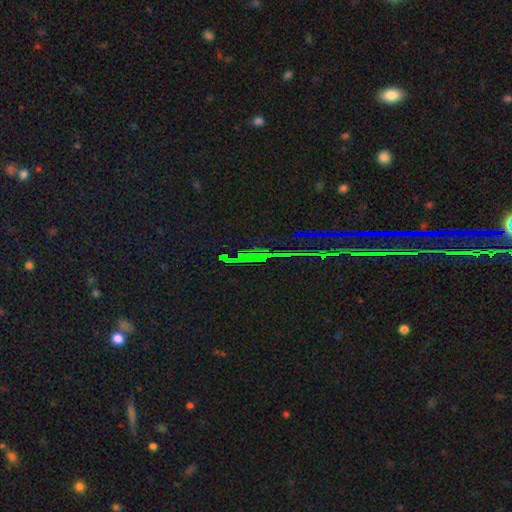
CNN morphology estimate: star or artifact 80%, smooth 11%, featured or disk 9%.